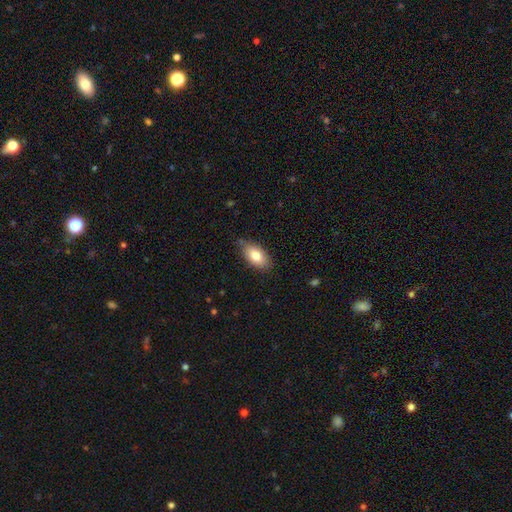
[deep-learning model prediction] Overall: smooth (81%). How rounded: in between (92%). Merging: none (75%).